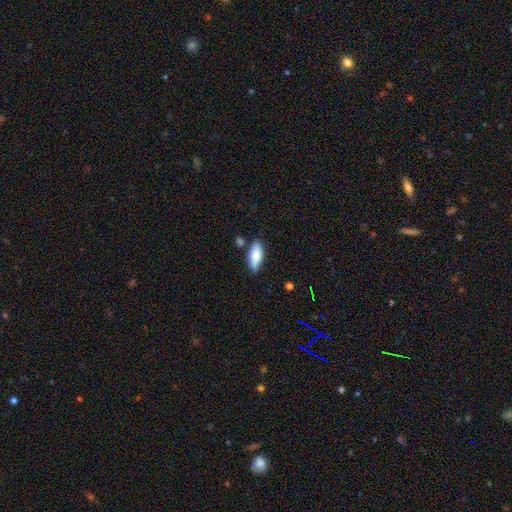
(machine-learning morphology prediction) This is clearly a smooth galaxy (81%). How rounded: clearly in between (81%). Merging: likely none (77%).